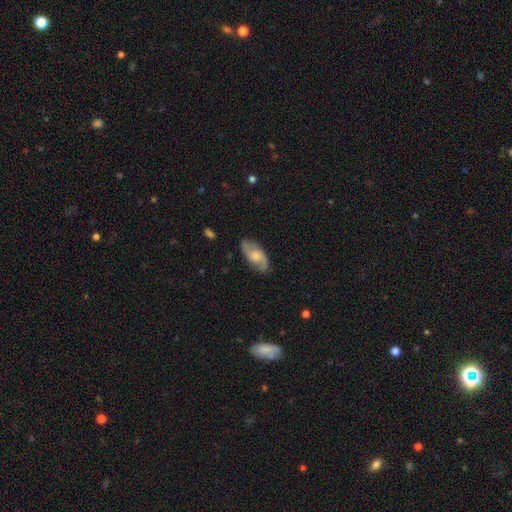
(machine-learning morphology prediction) Overall: featured or disk (60%; smooth 34%). Edge-on disk: no (93%). Bar: no (60%; weak 34%). Spiral arms: yes (88%). Bulge size: moderate (43%; small 24%). Merging: none (81%).